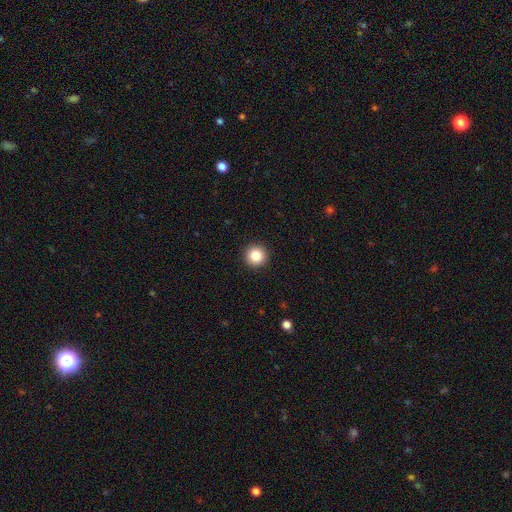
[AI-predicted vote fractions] smooth-or-featured: smooth: 85% | star or artifact: 10% | featured or disk: 5%
  how-rounded: round: 96% | in between: 3% | cigar-shaped: 1%
  merging: none: 93% | minor disturbance: 4% | major disturbance: 1% | merger: 1%